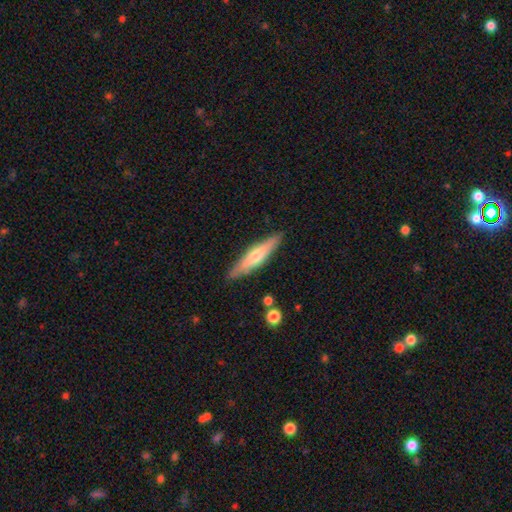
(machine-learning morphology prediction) Smooth or featured? smooth (47%, tied with featured or disk)
Merging? none (87%)